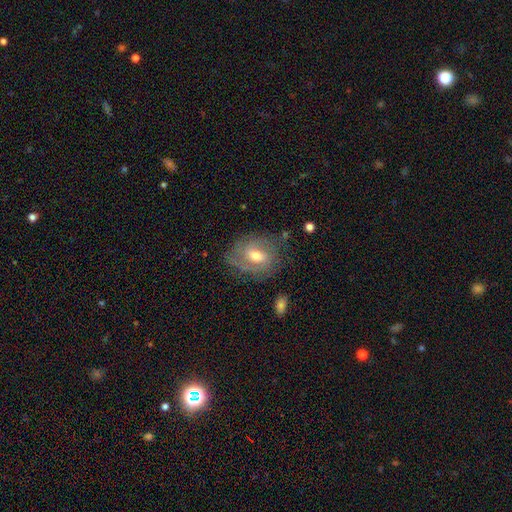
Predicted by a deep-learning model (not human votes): Morphology: type=featured or disk (72%); edge-on=no (96%); bar=weak (45%); spiral arms=yes (86%); winding=tight (55%); arm count=2 (38%); bulge=moderate (71%); merging=none (71%).